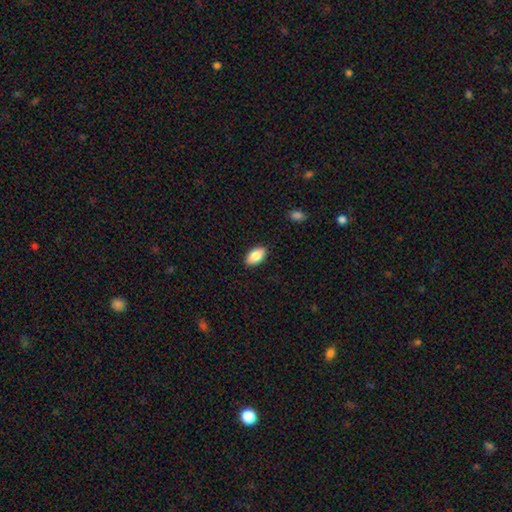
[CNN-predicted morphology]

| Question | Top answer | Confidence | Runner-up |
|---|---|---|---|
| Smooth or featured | smooth | 85% | featured or disk (8%) |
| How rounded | in between | 94% | round (4%) |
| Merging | none | 89% | minor disturbance (8%) |